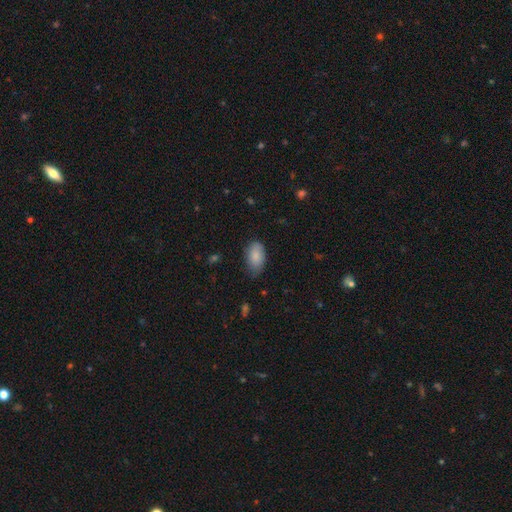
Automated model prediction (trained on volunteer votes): smooth_or_featured: smooth (p=0.86) [alt: featured or disk p=0.08]
how_rounded: in between (p=0.93) [alt: round p=0.05]
merging: none (p=0.67) [alt: minor disturbance p=0.27]